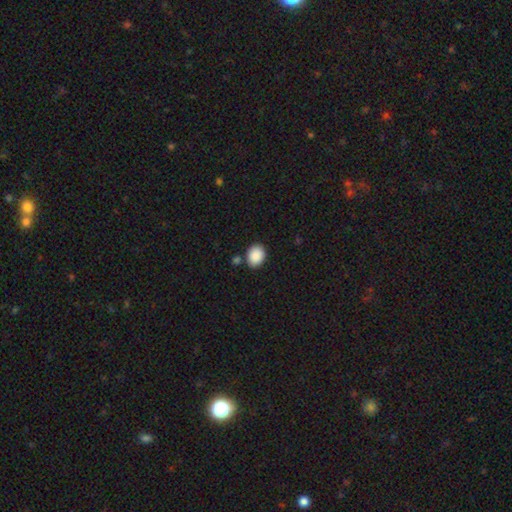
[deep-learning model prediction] Smooth or featured?
  - smooth: 90% *
  - star or artifact: 7%
  - featured or disk: 3%
How rounded?
  - in between: 60% *
  - round: 39%
  - cigar-shaped: 1%
Merging?
  - none: 79% *
  - minor disturbance: 11%
  - merger: 7%
  - major disturbance: 3%